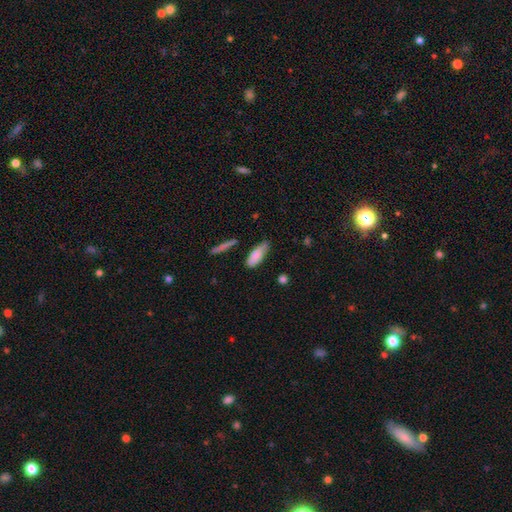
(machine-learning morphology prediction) This is likely a smooth galaxy (79%). How rounded: likely in between (71%). Merging: likely none (63%).